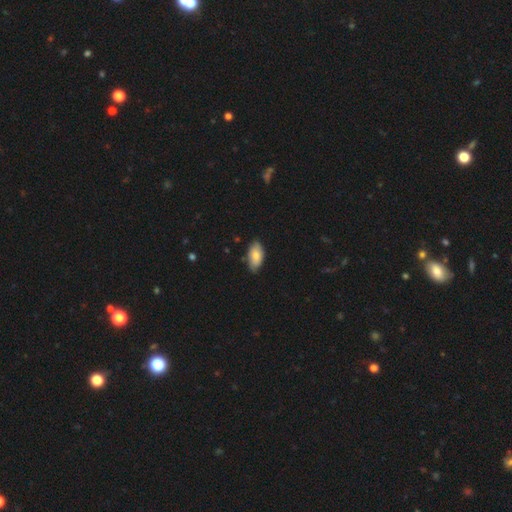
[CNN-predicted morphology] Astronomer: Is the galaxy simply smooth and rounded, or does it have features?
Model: smooth — 78%.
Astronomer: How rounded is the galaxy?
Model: in between — 94%.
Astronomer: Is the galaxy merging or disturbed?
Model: none — 79%.